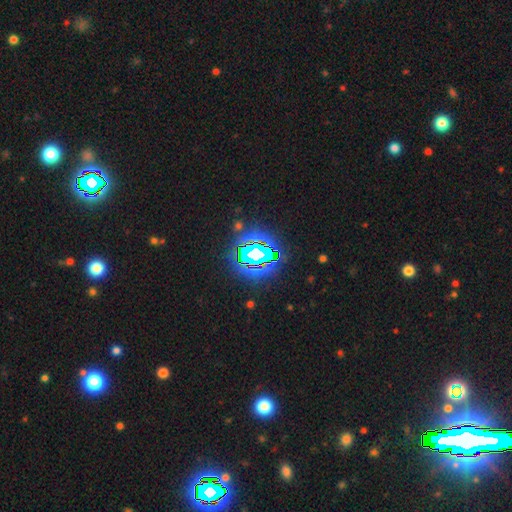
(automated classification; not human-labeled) star or artifact 82%, smooth 10%, featured or disk 8%.